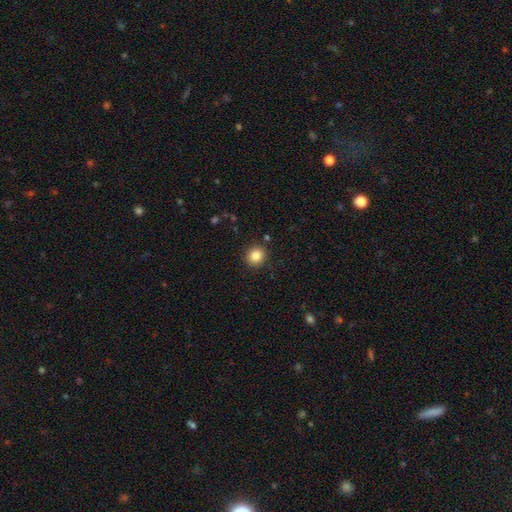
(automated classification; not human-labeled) Q: Smooth or featured?
A: smooth (85%); runner-up: star or artifact (10%)
Q: How rounded?
A: round (82%); runner-up: in between (17%)
Q: Merging?
A: none (88%); runner-up: minor disturbance (7%)